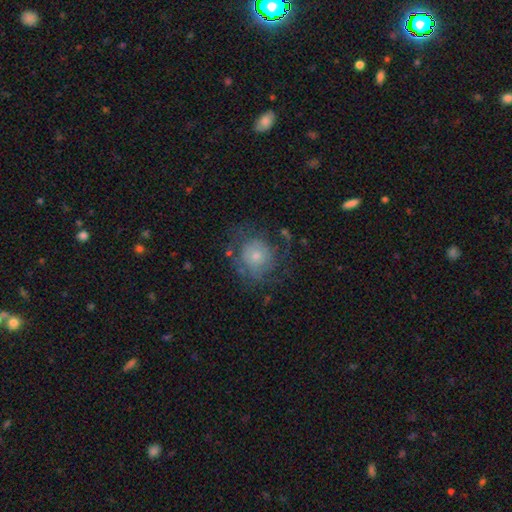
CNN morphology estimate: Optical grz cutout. It shows a smooth galaxy with no disk features (51%) that is round (85%). Merging: none (58%).